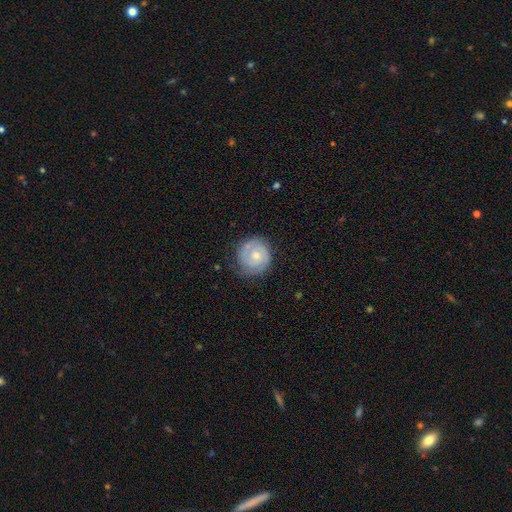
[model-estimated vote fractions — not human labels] Overall: featured or disk (64%; smooth 30%). Edge-on disk: no (98%). Bar: no (77%). Spiral arms: yes (86%). Spiral arm count: 2 (55%; can't tell 22%). Spiral winding: tight (67%). Bulge size: small (50%; moderate 46%). Merging: none (71%).